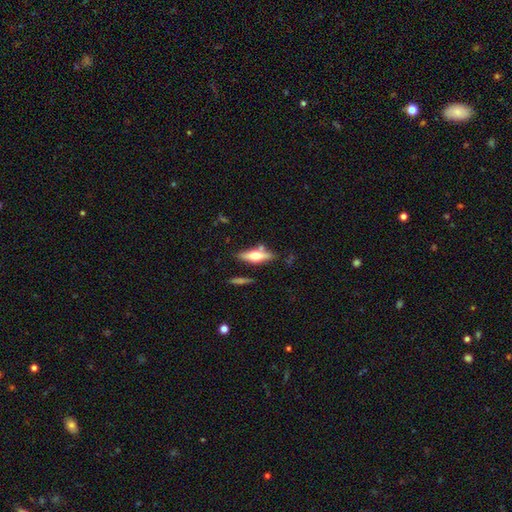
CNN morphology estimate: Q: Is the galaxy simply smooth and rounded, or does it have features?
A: featured or disk — 53%.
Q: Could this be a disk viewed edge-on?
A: yes — 91%.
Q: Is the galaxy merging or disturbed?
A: none — 75%.